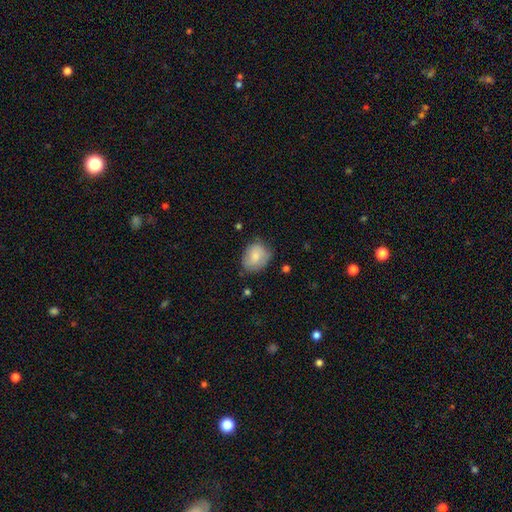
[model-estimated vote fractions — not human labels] This appears to be a smooth galaxy with no disk features (75%) that is round (52%). Merging: none (68%).